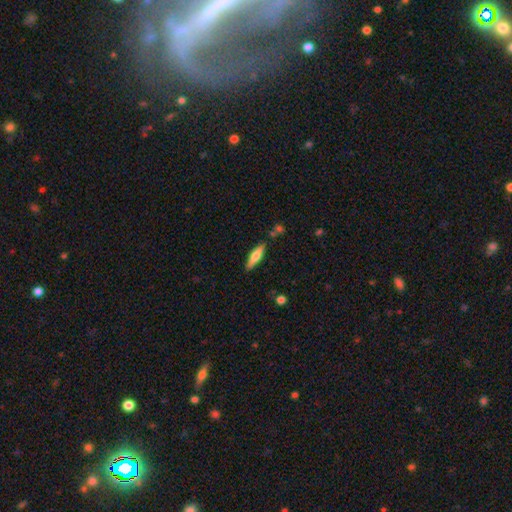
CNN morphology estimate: A smooth galaxy with no disk features (56%) that is cigar-shaped (69%). Merging: none (83%).